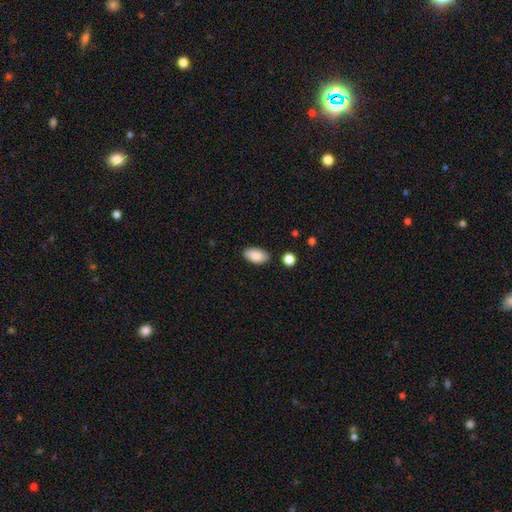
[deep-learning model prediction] Morphology: type=smooth (88%); roundness=in between (94%); merging=none (84%).